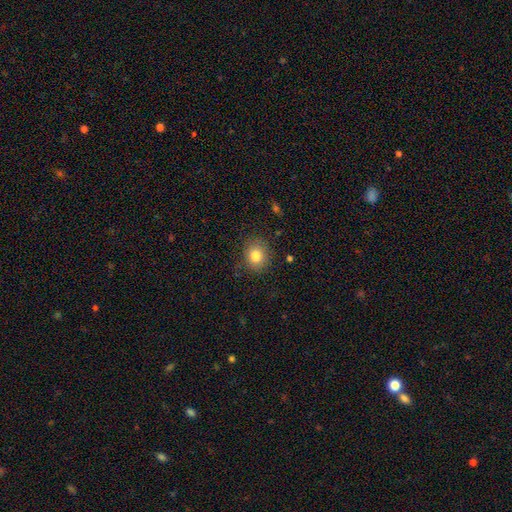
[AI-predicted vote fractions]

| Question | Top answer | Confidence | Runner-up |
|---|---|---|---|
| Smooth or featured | smooth | 81% | star or artifact (10%) |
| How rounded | round | 72% | in between (27%) |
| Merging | none | 85% | minor disturbance (11%) |